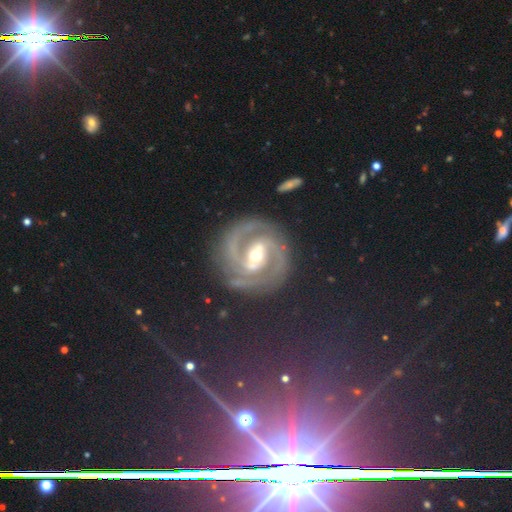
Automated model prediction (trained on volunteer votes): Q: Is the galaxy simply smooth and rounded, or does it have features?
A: featured or disk — 90%.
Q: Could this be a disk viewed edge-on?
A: no — 97%.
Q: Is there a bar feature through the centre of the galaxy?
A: strong — 50%.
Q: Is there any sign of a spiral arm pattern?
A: yes — 98%.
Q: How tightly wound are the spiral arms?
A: tight — 53%.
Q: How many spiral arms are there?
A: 2 — 82%.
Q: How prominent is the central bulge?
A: moderate — 66%.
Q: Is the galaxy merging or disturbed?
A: none — 79%.